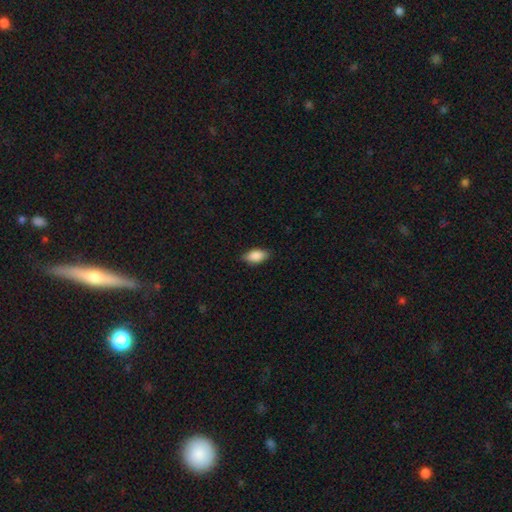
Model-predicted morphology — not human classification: The model was most divided on "merging": none: 83%, minor disturbance: 14%, major disturbance: 2%, merger: 1%. More confident: how rounded — in between (91%); smooth or featured — smooth (86%).